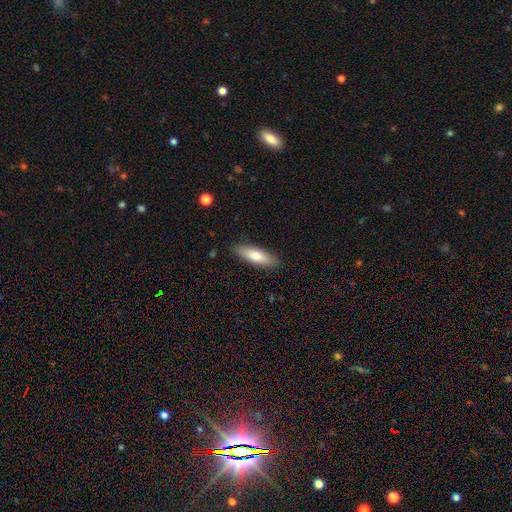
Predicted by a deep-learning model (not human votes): Smooth or featured? Predicted: smooth (p=0.73). How rounded? Predicted: in between (p=0.50). Merging? Predicted: none (p=0.88).